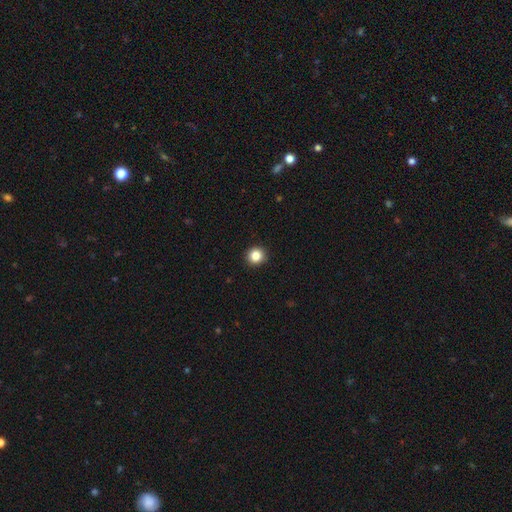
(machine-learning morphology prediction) A smooth galaxy with no disk features (85%) that is round (93%). Merging: none (93%).